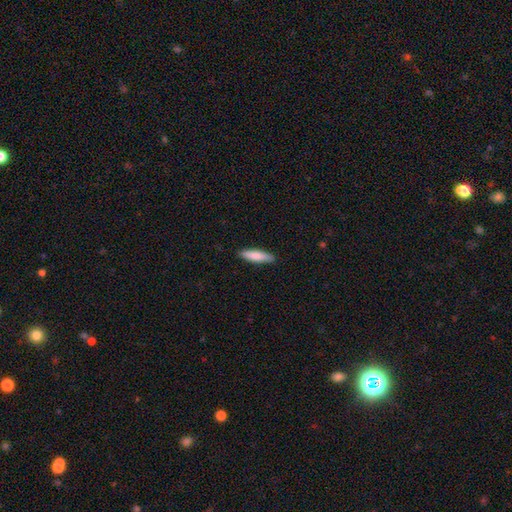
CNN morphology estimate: This appears to be a smooth galaxy with no disk features (81%) that is cigar-shaped (73%). Merging: none (89%).